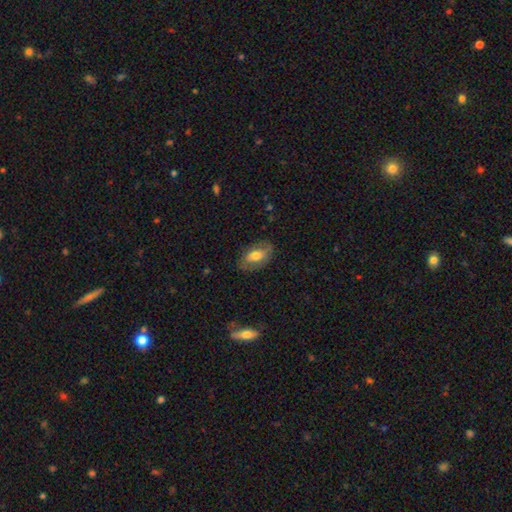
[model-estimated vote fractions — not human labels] This appears to be a smooth galaxy with no disk features (58%) that is in between round and cigar-shaped (91%). Merging: none (77%).